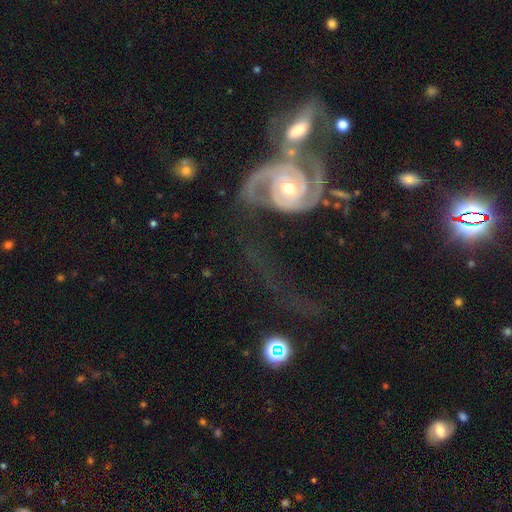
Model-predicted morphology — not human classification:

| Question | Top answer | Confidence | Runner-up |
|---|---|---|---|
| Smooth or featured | featured or disk | 85% | star or artifact (7%) |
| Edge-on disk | no | 96% | yes (4%) |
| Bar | no | 66% | weak (24%) |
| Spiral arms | yes | 93% | no (7%) |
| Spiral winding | medium | 39% | tight (38%) |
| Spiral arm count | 2 | 56% | can't tell (15%) |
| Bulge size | small | 47% | tied: moderate (47%) |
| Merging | merger | 37% | major disturbance (27%) |